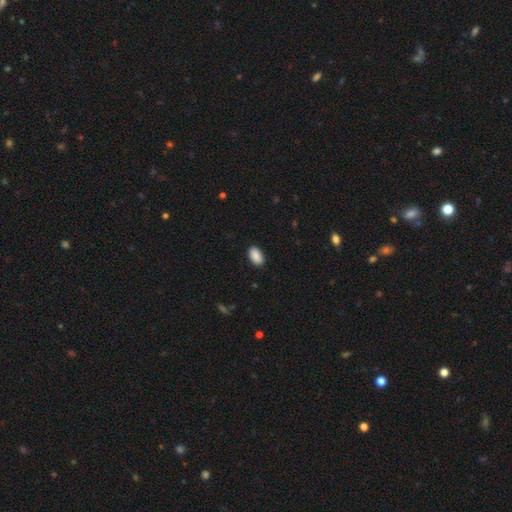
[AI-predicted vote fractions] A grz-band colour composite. It shows a smooth galaxy with no disk features (90%) that is in between round and cigar-shaped (93%). Merging: none (88%).